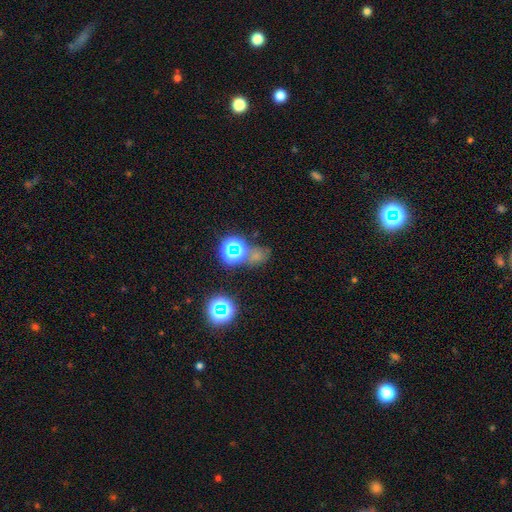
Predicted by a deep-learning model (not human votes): This appears to be a star or artifact, not a galaxy (47%).